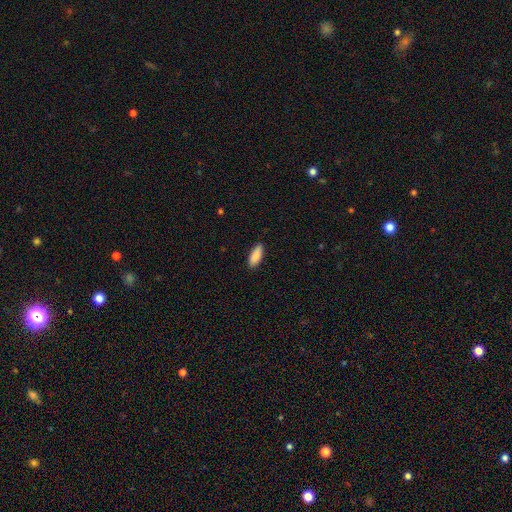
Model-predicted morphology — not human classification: smooth 89%, star or artifact 6%, featured or disk 5%. Down the decision tree: how rounded — in between (73%); merging — none (88%).